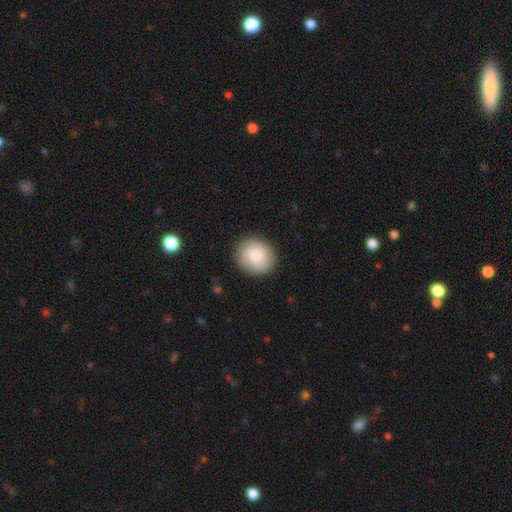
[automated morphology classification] Overall: smooth (86%). How rounded: round (76%). Merging: none (88%).